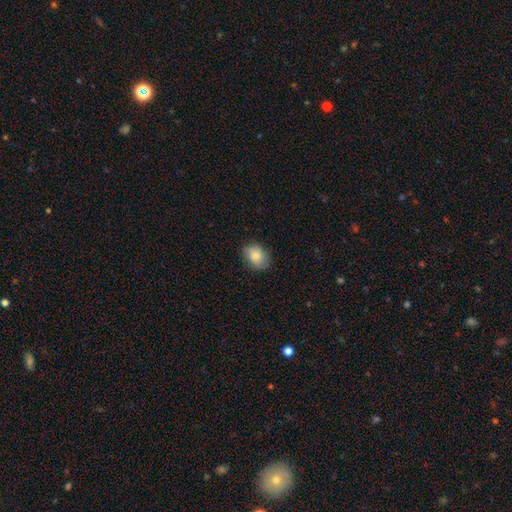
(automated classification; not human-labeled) smooth-or-featured: smooth: 79% | featured or disk: 13% | star or artifact: 8%
  how-rounded: in between: 69% | round: 30% | cigar-shaped: 1%
  merging: none: 79% | minor disturbance: 16% | major disturbance: 3% | merger: 1%